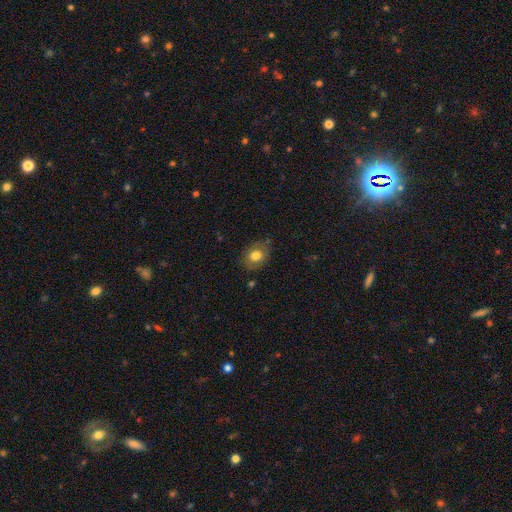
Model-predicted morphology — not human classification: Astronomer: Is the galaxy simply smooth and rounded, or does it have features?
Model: smooth — 74%.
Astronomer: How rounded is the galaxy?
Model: in between — 69%.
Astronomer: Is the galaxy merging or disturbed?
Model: none — 73%.